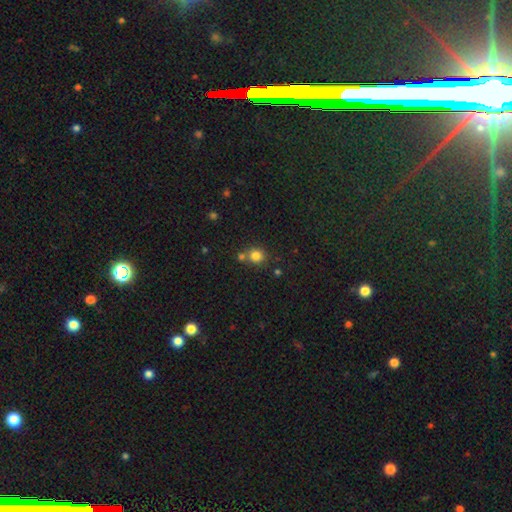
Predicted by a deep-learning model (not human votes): smooth 80%, star or artifact 13%, featured or disk 6%. Down the decision tree: how rounded — round (87%); merging — none (64%).